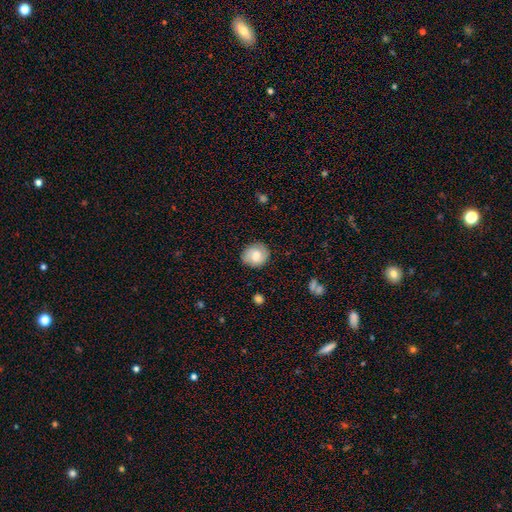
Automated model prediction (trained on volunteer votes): The model was most divided on "smooth or featured": smooth: 63%, featured or disk: 29%, star or artifact: 8%. More confident: merging — none (81%); how rounded — round (77%).